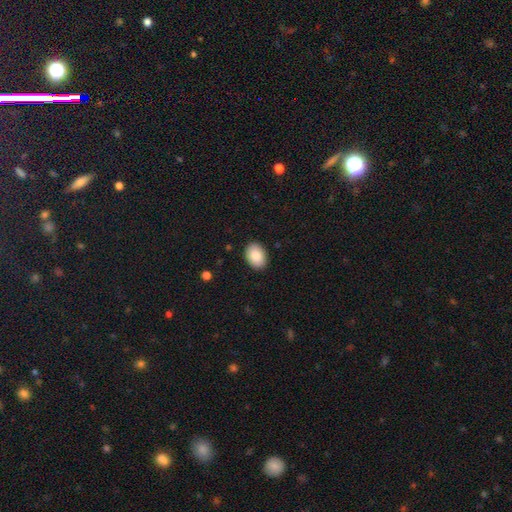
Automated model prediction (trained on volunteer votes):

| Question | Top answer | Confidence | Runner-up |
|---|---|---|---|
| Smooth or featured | smooth | 87% | featured or disk (7%) |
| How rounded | in between | 82% | round (17%) |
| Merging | none | 90% | minor disturbance (7%) |